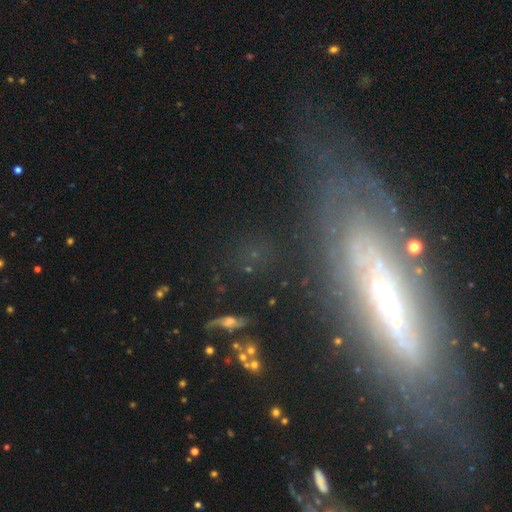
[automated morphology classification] smooth-or-featured: featured or disk: 69% | smooth: 18% | star or artifact: 12%
  disk-edge-on: no: 67% | yes: 33%
  merging: none: 69% | minor disturbance: 18% | major disturbance: 10% | merger: 3%